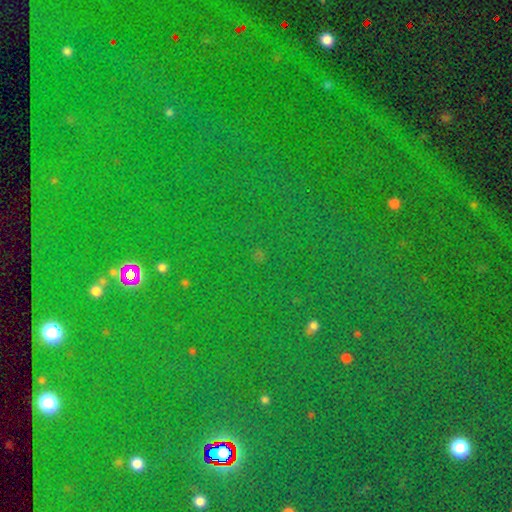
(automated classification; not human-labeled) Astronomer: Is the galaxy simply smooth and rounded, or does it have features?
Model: star or artifact — 80%.